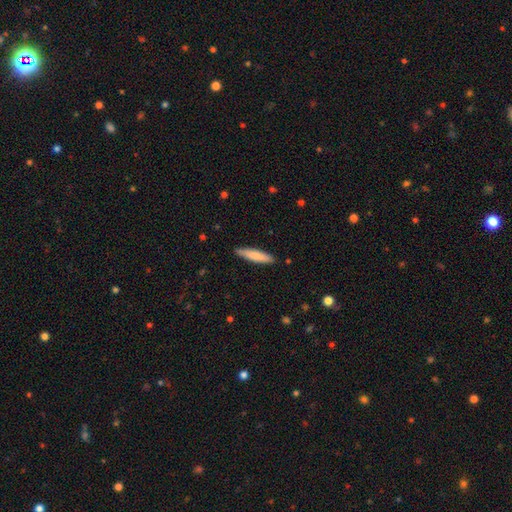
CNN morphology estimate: Q: Smooth or featured?
A: smooth (78%); runner-up: featured or disk (17%)
Q: How rounded?
A: cigar-shaped (84%); runner-up: in between (15%)
Q: Merging?
A: none (88%); runner-up: minor disturbance (9%)